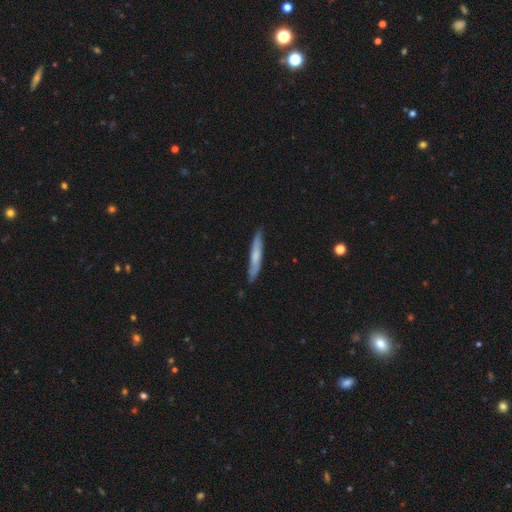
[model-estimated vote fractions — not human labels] This is likely a smooth galaxy (61%). How rounded: clearly cigar-shaped (94%). Merging: clearly none (85%).